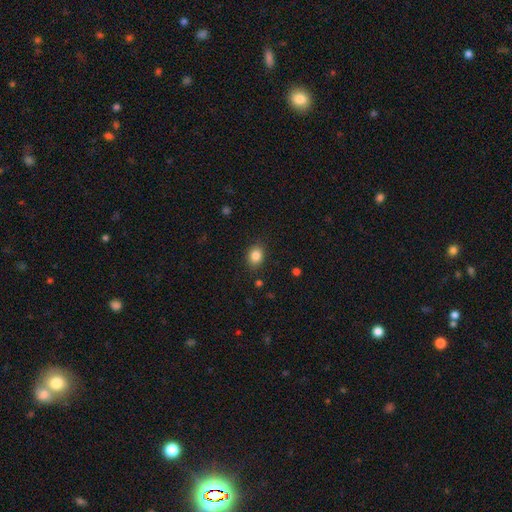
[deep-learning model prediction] The model was most divided on "how rounded": in between: 54%, round: 45%, cigar-shaped: 1%. More confident: merging — none (86%); smooth or featured — smooth (85%).